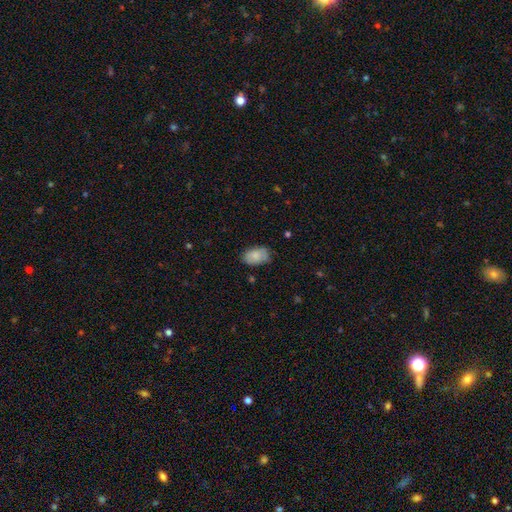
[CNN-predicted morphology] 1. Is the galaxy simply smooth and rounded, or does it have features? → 82% smooth, 11% featured or disk, 7% star or artifact.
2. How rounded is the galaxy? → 90% in between, 8% round, 1% cigar-shaped.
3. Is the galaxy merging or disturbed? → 74% none, 21% minor disturbance, 4% major disturbance, 1% merger.